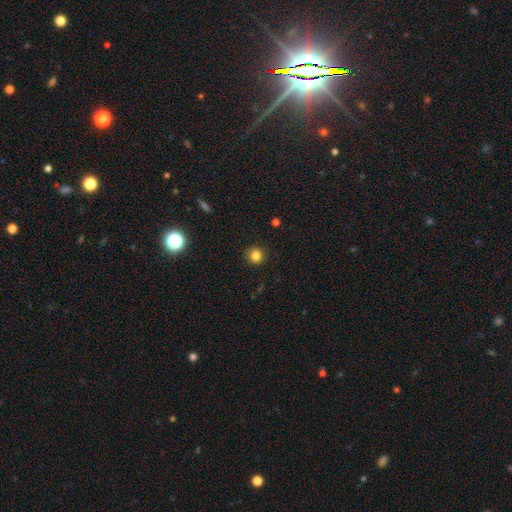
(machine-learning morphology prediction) Smooth or featured? smooth (83%)
How rounded? round (94%)
Merging? none (91%)